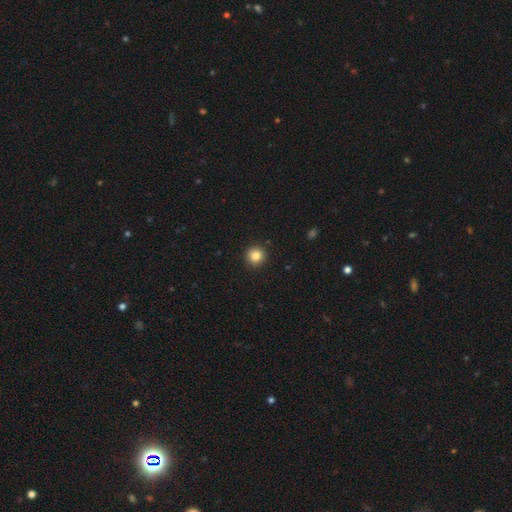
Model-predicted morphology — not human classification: This appears to be a smooth galaxy with no disk features (85%) that is round (94%). Merging: none (92%).